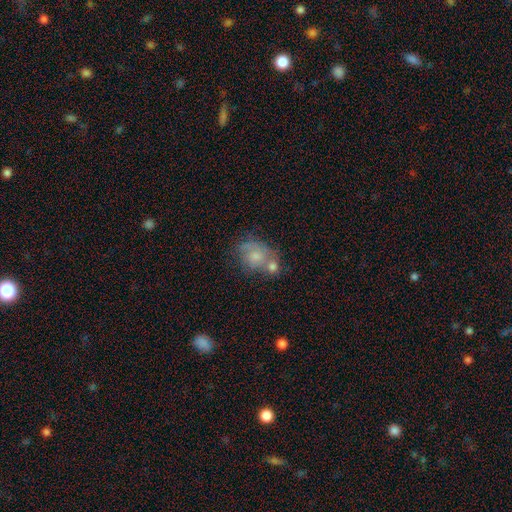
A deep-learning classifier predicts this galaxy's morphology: This appears to be a smooth galaxy with no disk features (51%) that is round (51%). Merging: none (35%).